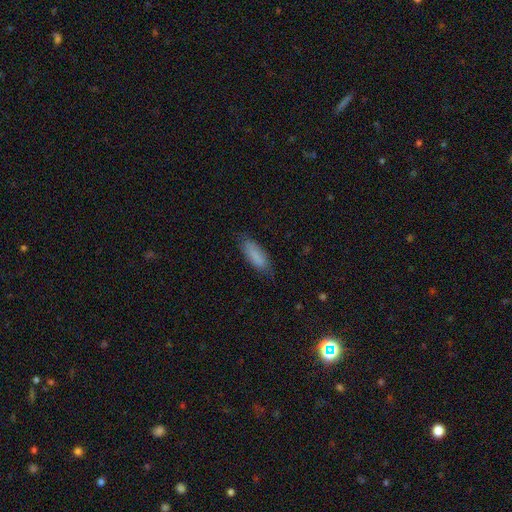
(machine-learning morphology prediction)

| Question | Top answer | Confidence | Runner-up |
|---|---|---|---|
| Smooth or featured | smooth | 82% | featured or disk (11%) |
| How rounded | in between | 60% | cigar-shaped (38%) |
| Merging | none | 76% | minor disturbance (19%) |